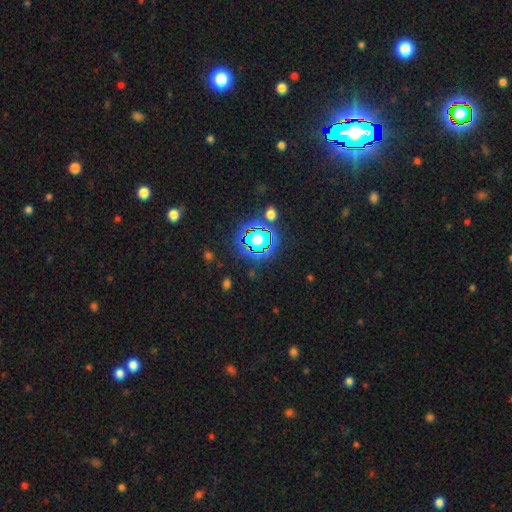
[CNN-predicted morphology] Smooth or featured? star or artifact (82%)